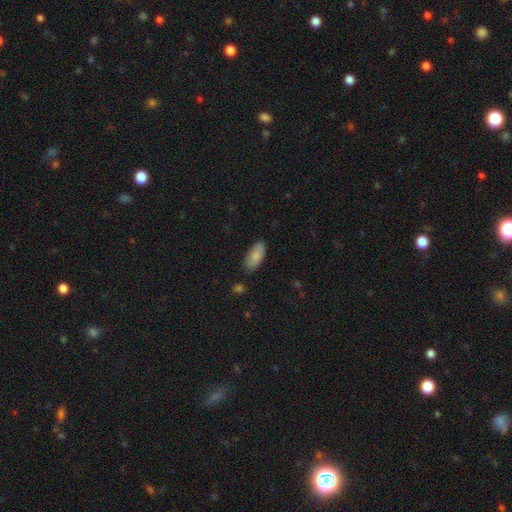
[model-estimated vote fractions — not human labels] This is clearly a smooth galaxy (83%). How rounded: clearly in between (90%). Merging: likely none (79%).